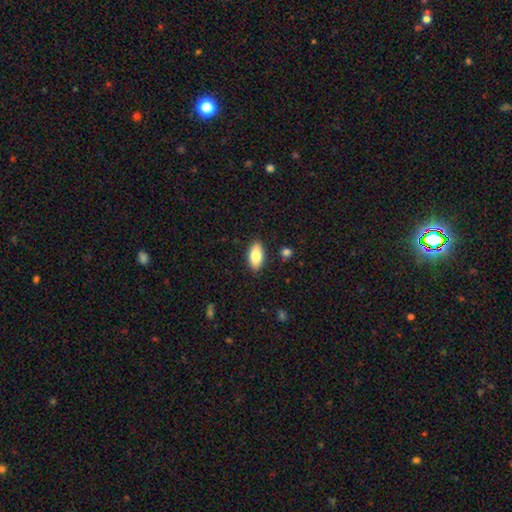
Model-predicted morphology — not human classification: Smooth or featured?
  - smooth: 80% *
  - featured or disk: 14%
  - star or artifact: 7%
How rounded?
  - in between: 92% *
  - cigar-shaped: 5%
  - round: 3%
Merging?
  - none: 87% *
  - minor disturbance: 9%
  - major disturbance: 2%
  - merger: 2%